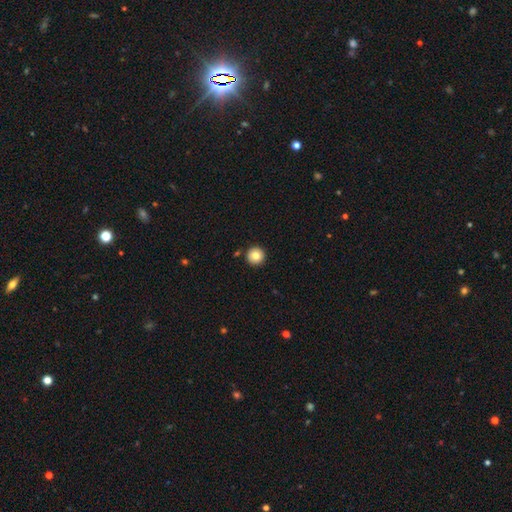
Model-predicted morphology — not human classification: smooth_or_featured: smooth (p=0.82) [alt: star or artifact p=0.09]
how_rounded: round (p=0.96) [alt: in between p=0.03]
merging: none (p=0.92) [alt: minor disturbance p=0.05]